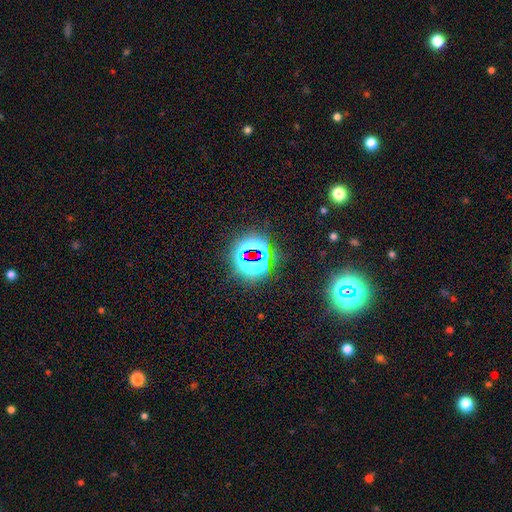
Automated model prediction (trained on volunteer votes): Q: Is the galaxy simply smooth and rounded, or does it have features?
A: star or artifact — 73%.